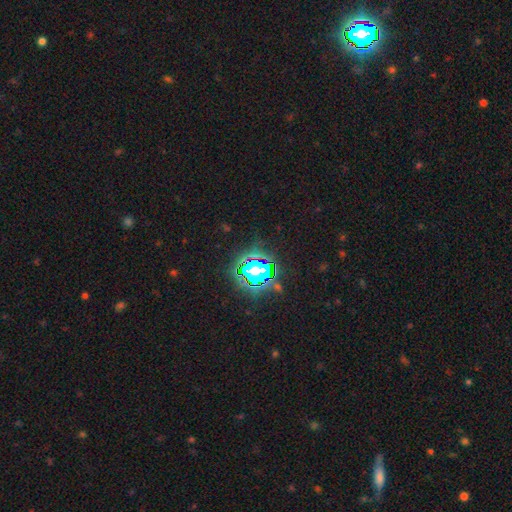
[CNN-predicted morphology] smooth-or-featured: star or artifact: 82% | smooth: 11% | featured or disk: 7%